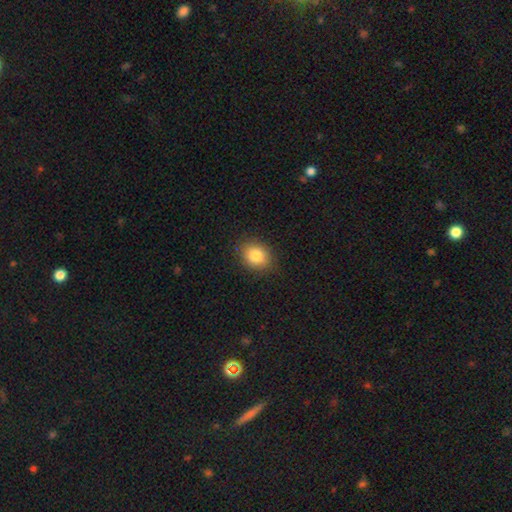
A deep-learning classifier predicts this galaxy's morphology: Q: Smooth or featured?
A: smooth (83%); runner-up: star or artifact (10%)
Q: How rounded?
A: round (59%); runner-up: in between (40%)
Q: Merging?
A: none (87%); runner-up: minor disturbance (9%)